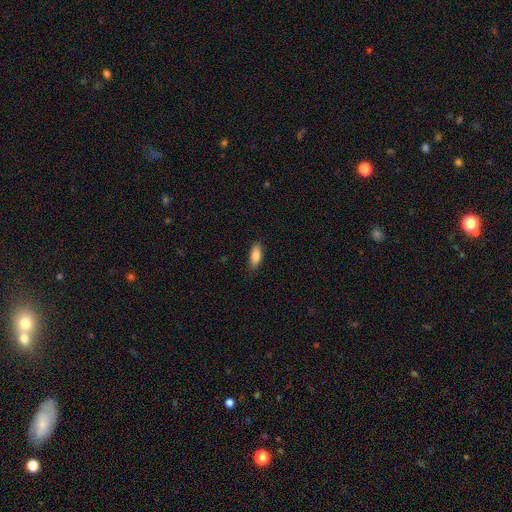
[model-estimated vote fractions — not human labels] This appears to be a smooth galaxy with no disk features (83%) that is in between round and cigar-shaped (74%). Merging: none (85%).